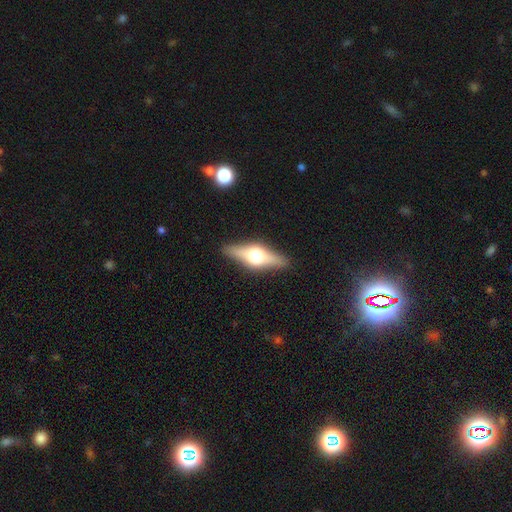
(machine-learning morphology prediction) Smooth or featured?
  - featured or disk: 62% *
  - smooth: 31%
  - star or artifact: 7%
Edge-on disk?
  - yes: 94% *
  - no: 6%
Edge-on bulge?
  - rounded: 94% *
  - boxy: 4%
  - none: 1%
Merging?
  - none: 88% *
  - minor disturbance: 9%
  - major disturbance: 2%
  - merger: 1%